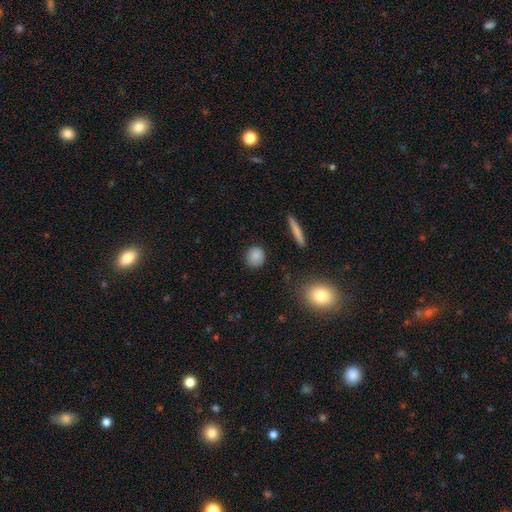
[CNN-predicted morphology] smooth_or_featured: smooth (p=0.84) [alt: star or artifact p=0.09]
how_rounded: round (p=0.81) [alt: in between p=0.17]
merging: none (p=0.84) [alt: minor disturbance p=0.11]